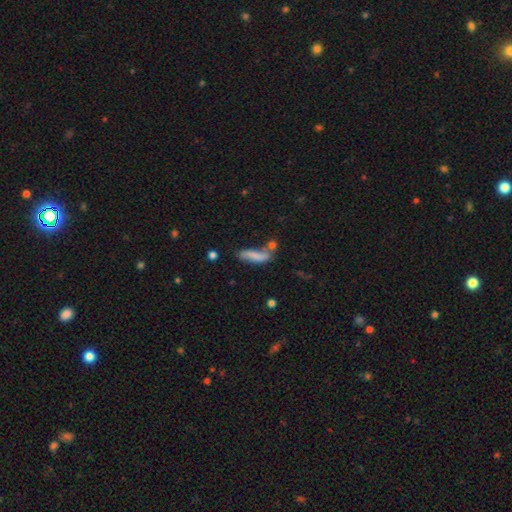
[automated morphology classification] This is likely a smooth galaxy (68%). How rounded: possibly cigar-shaped (57%). Merging: marginally none (45%).